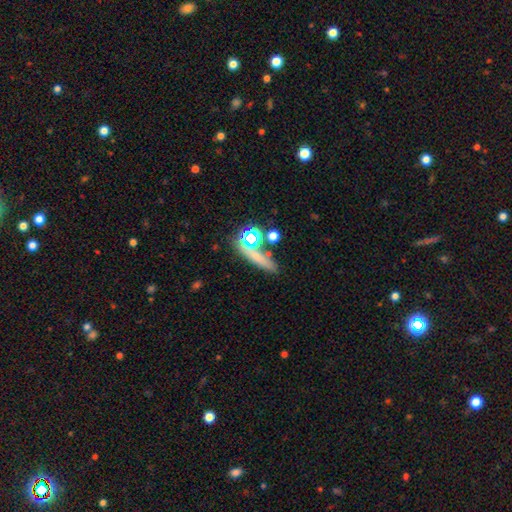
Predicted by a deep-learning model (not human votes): Smooth or featured: smooth — 52% (star or artifact — 30%)
How rounded: cigar-shaped — 54% (round — 25%)
Merging: none — 59% (merger — 20%)